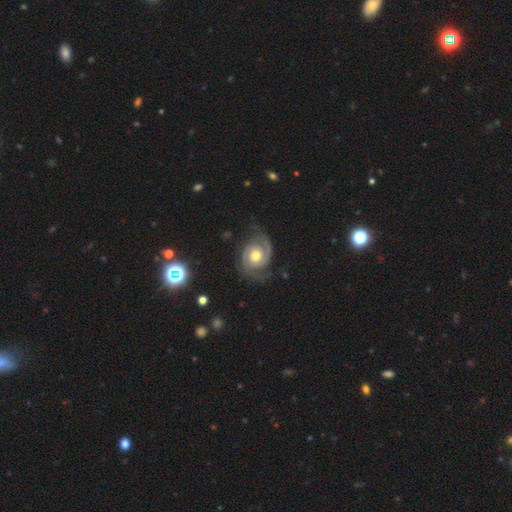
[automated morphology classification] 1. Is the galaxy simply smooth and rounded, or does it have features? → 88% featured or disk, 7% smooth, 5% star or artifact.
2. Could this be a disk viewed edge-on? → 98% no, 2% yes.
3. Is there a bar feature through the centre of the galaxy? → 74% no, 22% weak, 5% strong.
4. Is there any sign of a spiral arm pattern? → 97% yes, 3% no.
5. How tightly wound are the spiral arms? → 50% tight, 40% medium, 10% loose.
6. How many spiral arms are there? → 88% 2, 4% can't tell, 3% 3, 2% 1, 1% 4, 1% more than 4.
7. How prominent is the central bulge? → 74% moderate, 13% large, 11% small, 1% none, 1% dominant.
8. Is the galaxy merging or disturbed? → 72% none, 18% minor disturbance, 8% major disturbance, 1% merger.